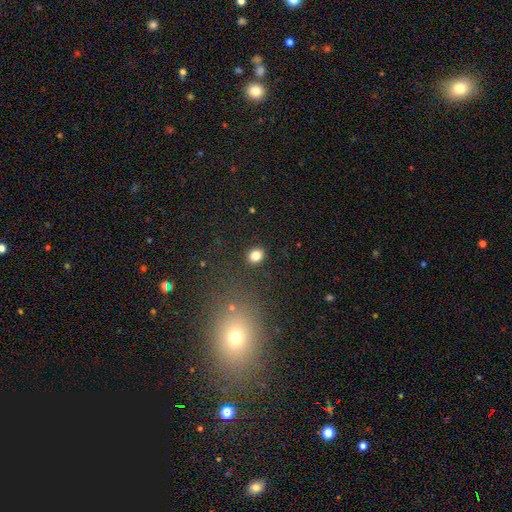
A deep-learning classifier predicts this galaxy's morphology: A smooth galaxy with no disk features (82%) that is round (69%). Merging: none (89%).